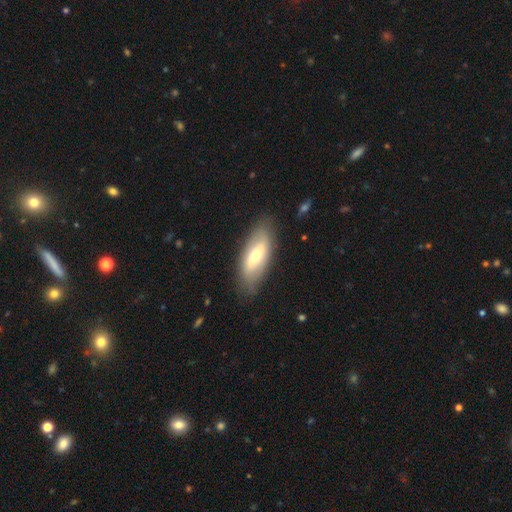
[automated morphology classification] The model was most divided on "smooth or featured": smooth: 52%, featured or disk: 41%, star or artifact: 6%. More confident: merging — none (81%); how rounded — in between (79%).